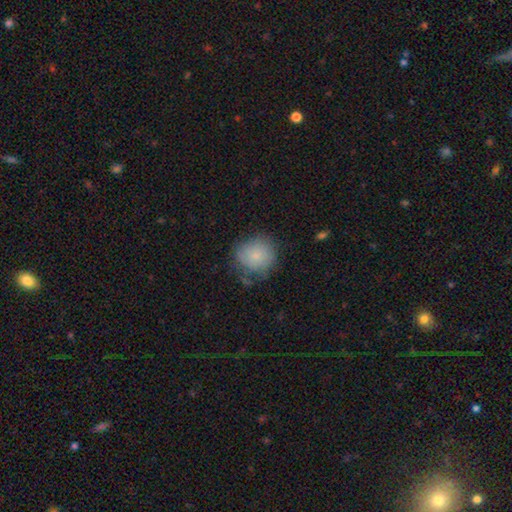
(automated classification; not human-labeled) The model was most divided on "merging": none: 67%, minor disturbance: 23%, major disturbance: 7%, merger: 3%. More confident: how rounded — round (85%); smooth or featured — smooth (82%).